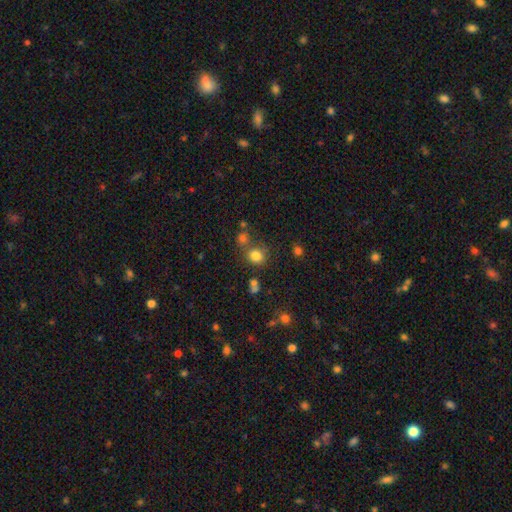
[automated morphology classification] Overall: smooth (78%). How rounded: round (79%). Merging: none (65%).